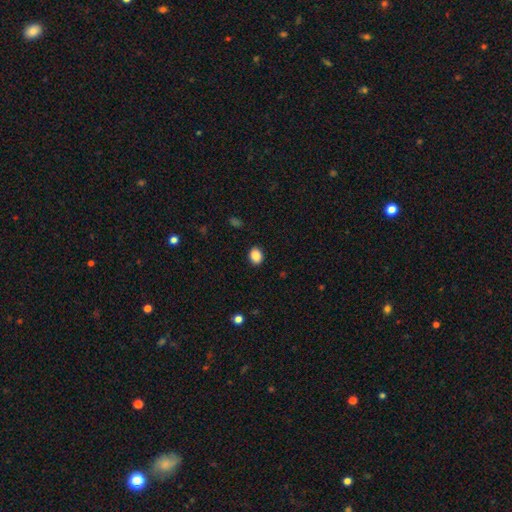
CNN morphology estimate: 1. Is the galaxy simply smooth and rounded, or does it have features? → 88% smooth, 9% star or artifact, 3% featured or disk.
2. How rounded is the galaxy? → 54% in between, 45% round, 1% cigar-shaped.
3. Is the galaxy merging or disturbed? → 89% none, 8% minor disturbance, 2% major disturbance, 1% merger.